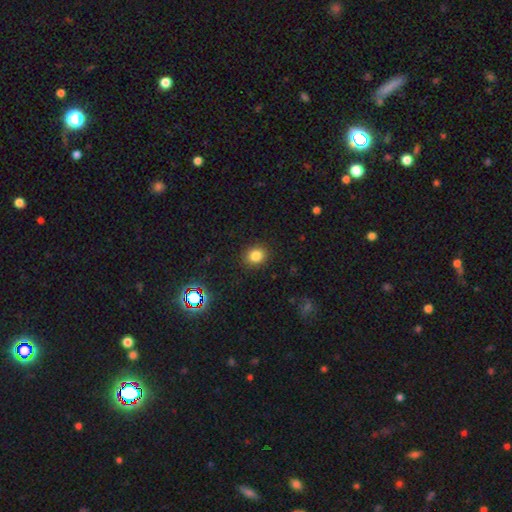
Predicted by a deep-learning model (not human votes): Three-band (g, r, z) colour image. It shows a smooth galaxy with no disk features (82%) that is round (71%). Merging: none (90%).